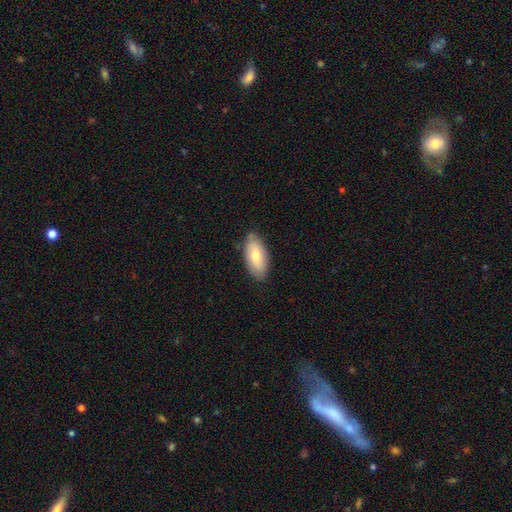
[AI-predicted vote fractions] This is likely a smooth galaxy (71%). How rounded: clearly in between (91%). Merging: clearly none (81%).